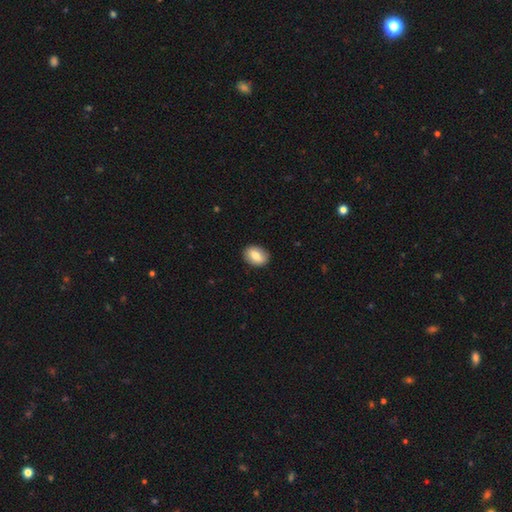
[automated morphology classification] type=smooth (74%); roundness=in between (74%); merging=none (89%).